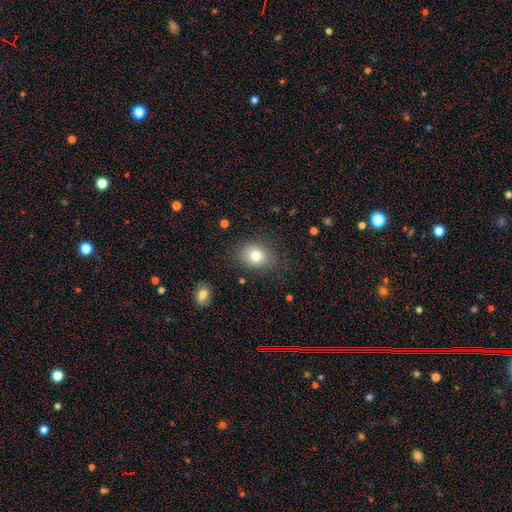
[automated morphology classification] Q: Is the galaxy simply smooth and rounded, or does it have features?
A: smooth — 78%.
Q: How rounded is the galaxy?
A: in between — 56%.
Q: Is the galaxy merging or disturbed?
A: none — 79%.